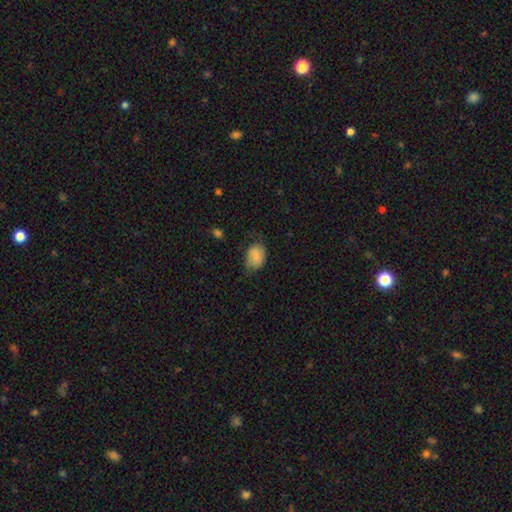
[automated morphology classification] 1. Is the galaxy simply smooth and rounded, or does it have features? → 83% smooth, 9% featured or disk, 8% star or artifact.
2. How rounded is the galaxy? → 73% in between, 26% round, 1% cigar-shaped.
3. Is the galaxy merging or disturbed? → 55% none, 33% minor disturbance, 11% major disturbance, 1% merger.